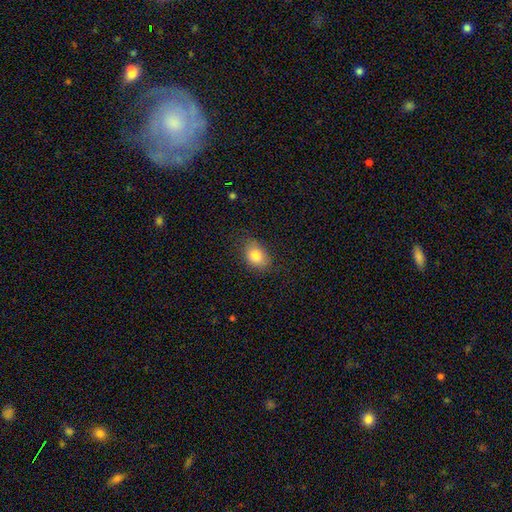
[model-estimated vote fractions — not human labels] A smooth galaxy with no disk features (83%) that is in between round and cigar-shaped (73%). Merging: none (78%).